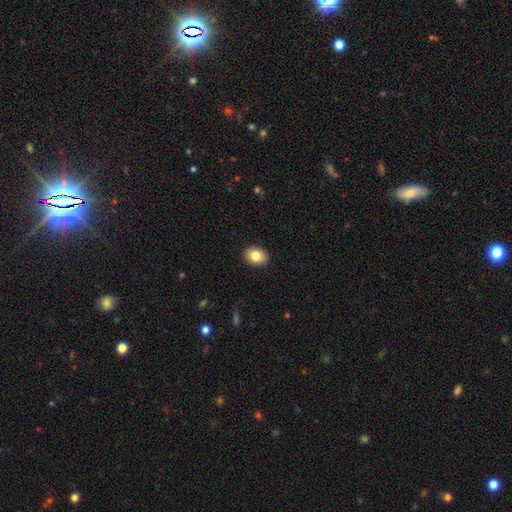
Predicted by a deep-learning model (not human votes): smooth_or_featured: smooth (p=0.84) [alt: featured or disk p=0.09]
how_rounded: in between (p=0.76) [alt: round p=0.23]
merging: none (p=0.91) [alt: minor disturbance p=0.07]